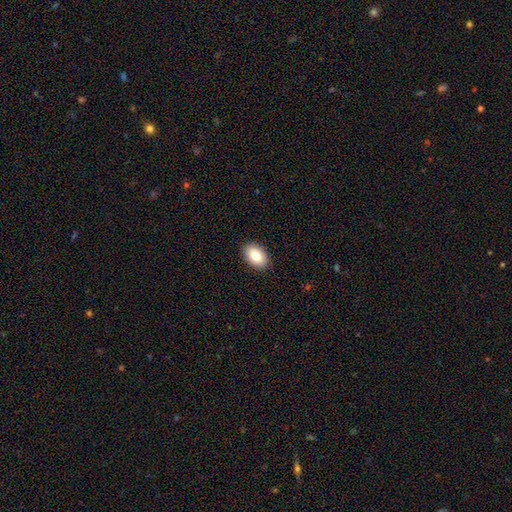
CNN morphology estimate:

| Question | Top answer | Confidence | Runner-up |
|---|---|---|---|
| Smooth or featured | smooth | 85% | featured or disk (8%) |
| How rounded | in between | 89% | round (10%) |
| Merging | none | 90% | minor disturbance (8%) |